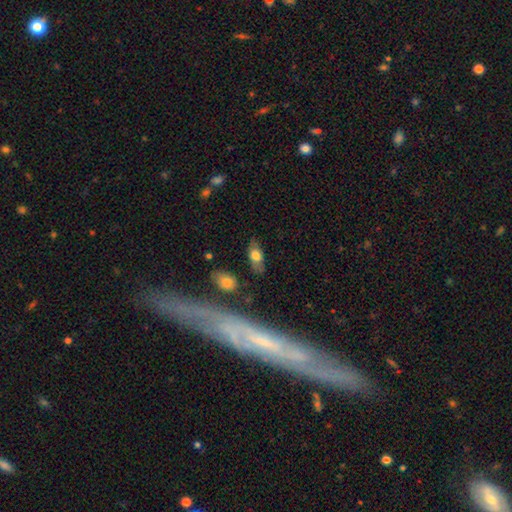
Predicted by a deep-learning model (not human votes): Smooth or featured?
  - smooth: 68% *
  - featured or disk: 24%
  - star or artifact: 8%
How rounded?
  - in between: 84% *
  - cigar-shaped: 11%
  - round: 5%
Merging?
  - none: 75% *
  - minor disturbance: 17%
  - major disturbance: 5%
  - merger: 3%